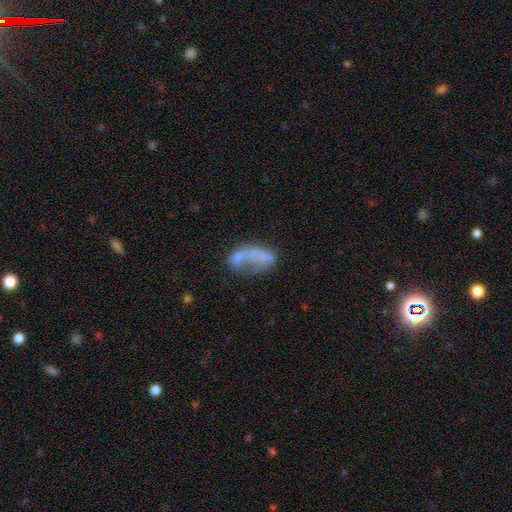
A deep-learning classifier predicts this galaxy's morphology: type=smooth (52%); roundness=in between (81%); merging=major disturbance (31%).